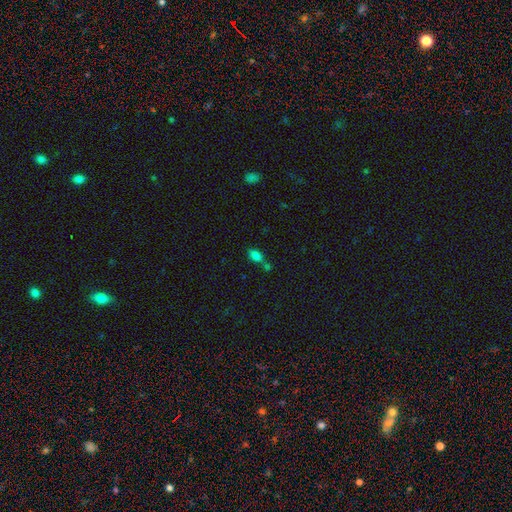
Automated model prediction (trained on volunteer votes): Smooth or featured? Predicted: smooth (p=0.79). How rounded? Predicted: in between (p=0.88). Merging? Predicted: none (p=0.48).